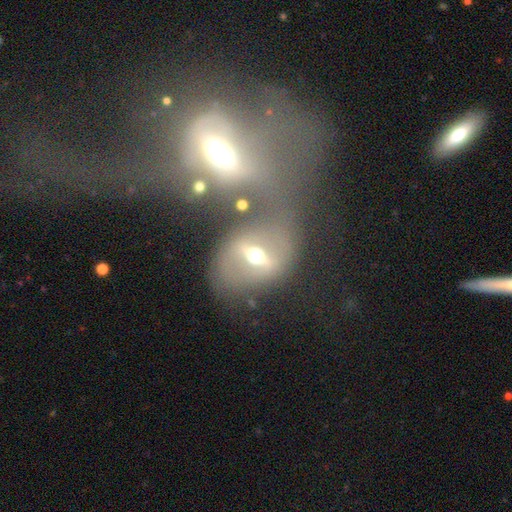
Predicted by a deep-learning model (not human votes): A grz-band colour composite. It shows a featured or disk galaxy (63%). Merging: none (54%).